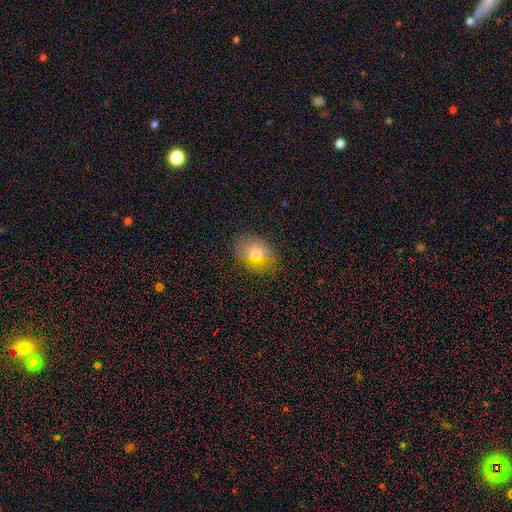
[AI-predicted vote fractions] Overall: smooth (69%). How rounded: in between (68%; round 31%). Merging: none (84%).